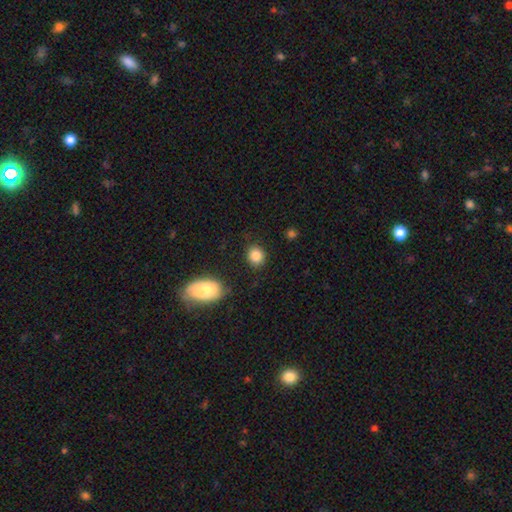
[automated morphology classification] Smooth or featured: smooth — 87% (star or artifact — 9%)
How rounded: round — 72% (in between — 27%)
Merging: none — 86% (minor disturbance — 9%)